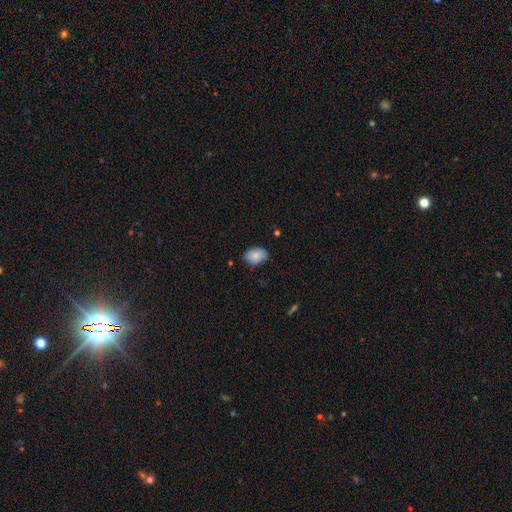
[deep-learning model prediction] Smooth or featured? Predicted: smooth (p=0.82). How rounded? Predicted: in between (p=0.83). Merging? Predicted: none (p=0.79).